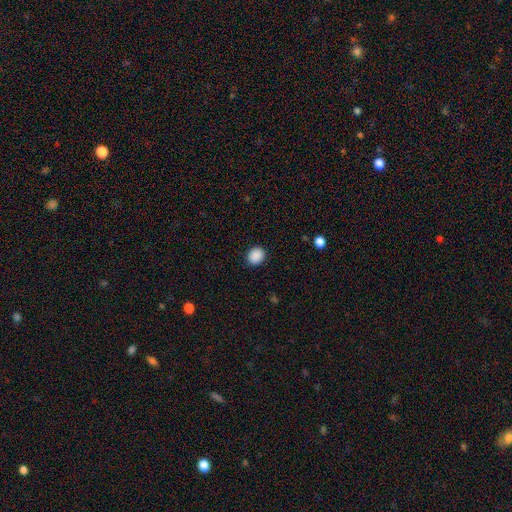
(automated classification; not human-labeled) A smooth galaxy with no disk features (89%) that is round (71%).

Vote fractions:
- Smooth or featured? smooth: 89% / star or artifact: 9% / featured or disk: 2%
- How rounded? round: 71% / in between: 28% / cigar-shaped: 1%
- Merging? none: 91% / minor disturbance: 6% / major disturbance: 2% / merger: 1%